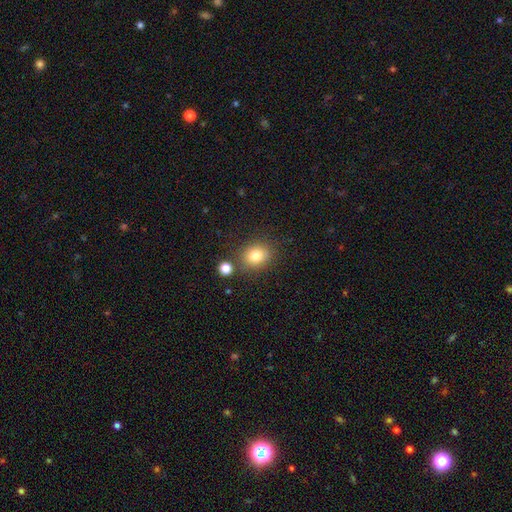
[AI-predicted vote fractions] Overall: smooth (81%). How rounded: round (65%; in between 34%). Merging: none (78%).